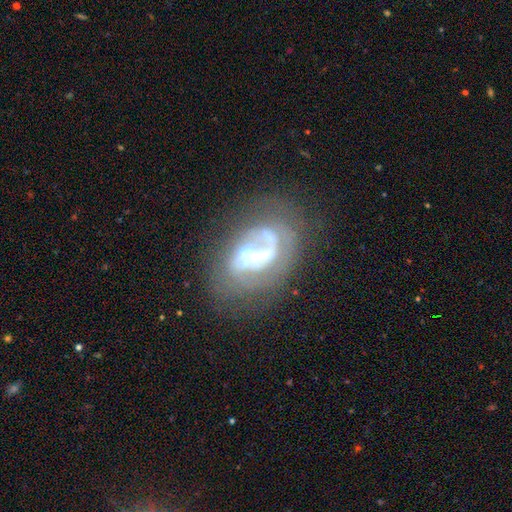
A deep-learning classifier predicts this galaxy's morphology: Q: Smooth or featured?
A: featured or disk (73%); runner-up: smooth (16%)
Q: Edge-on disk?
A: no (96%); runner-up: yes (4%)
Q: Bar?
A: strong (36%); runner-up: weak (33%)
Q: Spiral arms?
A: yes (58%); runner-up: no (42%)
Q: Bulge size?
A: moderate (34%); runner-up: small (32%)
Q: Merging?
A: none (44%); runner-up: major disturbance (29%)